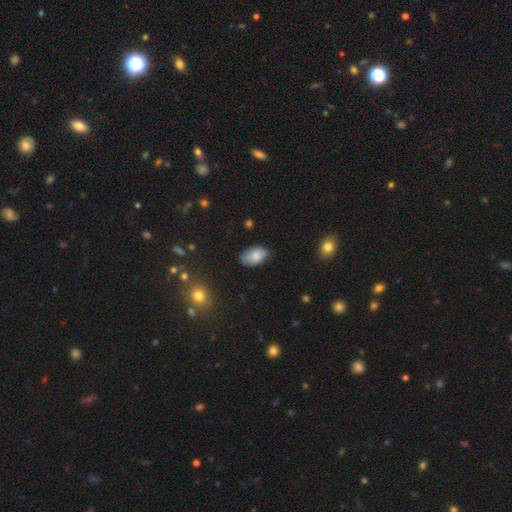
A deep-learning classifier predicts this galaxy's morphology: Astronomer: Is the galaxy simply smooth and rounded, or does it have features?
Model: smooth — 80%.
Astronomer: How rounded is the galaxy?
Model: in between — 93%.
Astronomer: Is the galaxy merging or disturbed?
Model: none — 68%.